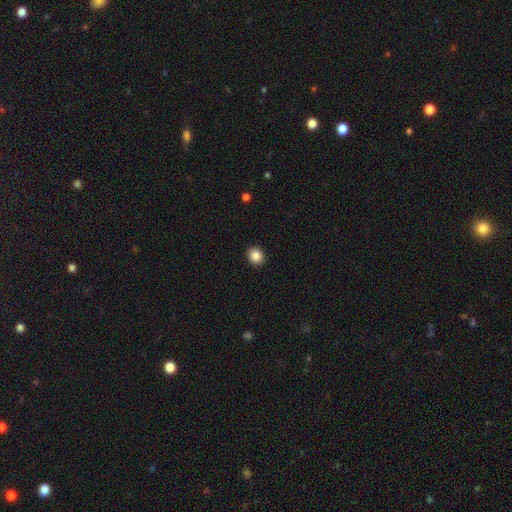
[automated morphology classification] Smooth or featured: smooth — 87% (star or artifact — 9%)
How rounded: round — 67% (in between — 32%)
Merging: none — 92% (minor disturbance — 5%)